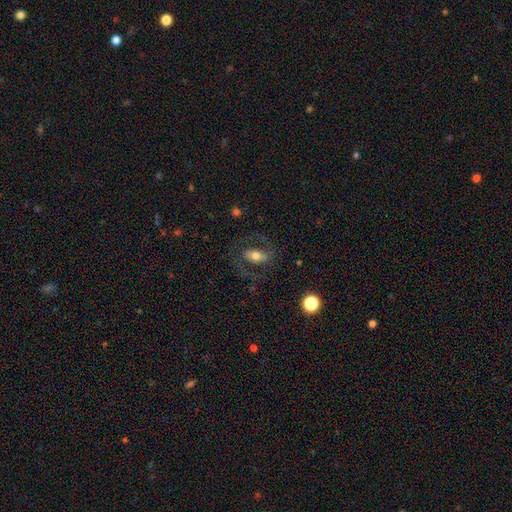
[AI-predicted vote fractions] smooth_or_featured: featured or disk (p=0.49) [alt: smooth p=0.42]
merging: none (p=0.69) [alt: major disturbance p=0.16]